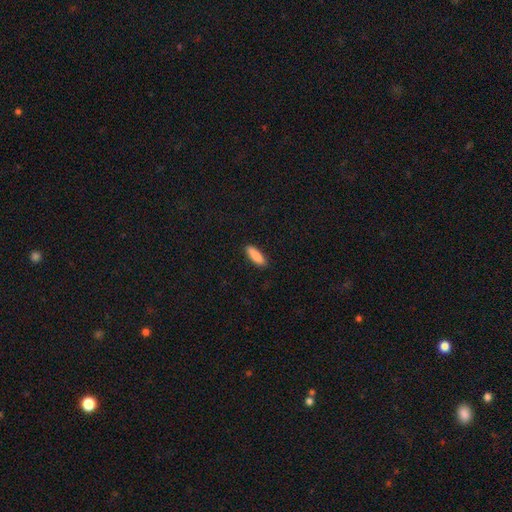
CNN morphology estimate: Smooth or featured? smooth (88%)
How rounded? in between (50%)
Merging? none (89%)